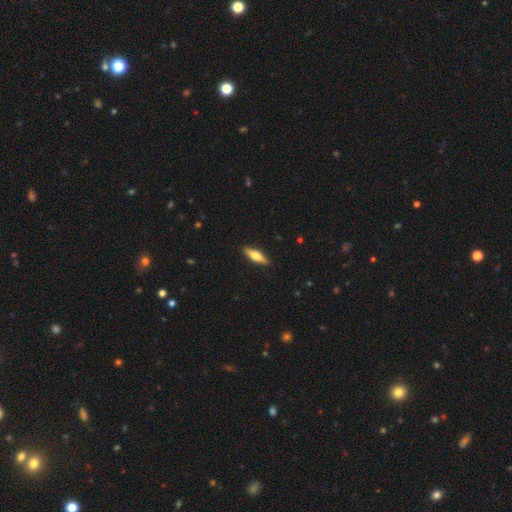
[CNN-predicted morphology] smooth-or-featured: smooth: 55% | featured or disk: 40% | star or artifact: 6%
  how-rounded: cigar-shaped: 57% | in between: 41% | round: 2%
  merging: none: 90% | minor disturbance: 8% | major disturbance: 2% | merger: 1%